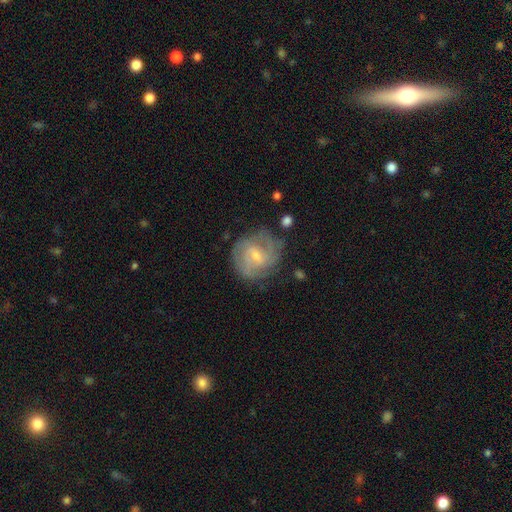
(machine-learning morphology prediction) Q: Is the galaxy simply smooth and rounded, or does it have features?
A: featured or disk — 76%.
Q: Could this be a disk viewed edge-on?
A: no — 97%.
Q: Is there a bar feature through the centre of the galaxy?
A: weak — 56%.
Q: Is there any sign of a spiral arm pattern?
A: yes — 90%.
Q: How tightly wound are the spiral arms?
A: tight — 48%.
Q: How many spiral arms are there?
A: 2 — 36%.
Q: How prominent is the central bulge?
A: small — 60%.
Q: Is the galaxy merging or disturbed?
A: none — 70%.